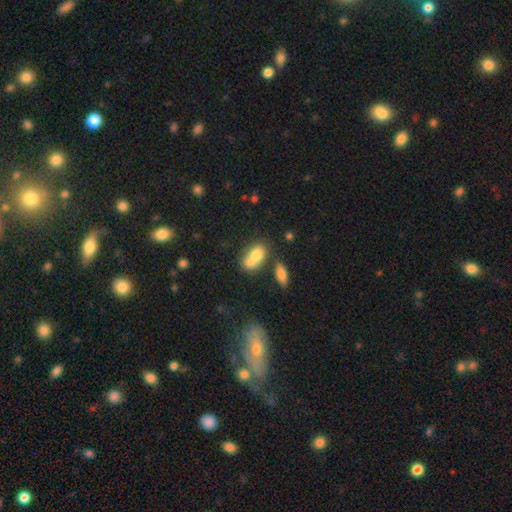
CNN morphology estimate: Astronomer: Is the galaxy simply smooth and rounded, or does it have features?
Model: smooth — 75%.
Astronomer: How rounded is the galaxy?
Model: in between — 78%.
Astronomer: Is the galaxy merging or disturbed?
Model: merger — 57%.